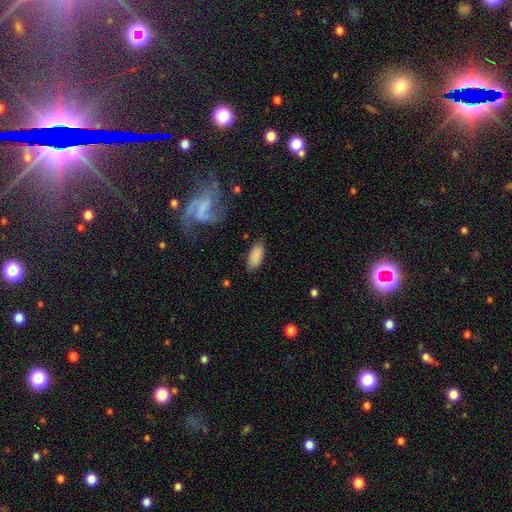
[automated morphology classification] Smooth or featured?
  - smooth: 86% *
  - featured or disk: 7%
  - star or artifact: 7%
How rounded?
  - in between: 90% *
  - cigar-shaped: 7%
  - round: 2%
Merging?
  - none: 81% *
  - minor disturbance: 13%
  - major disturbance: 4%
  - merger: 2%